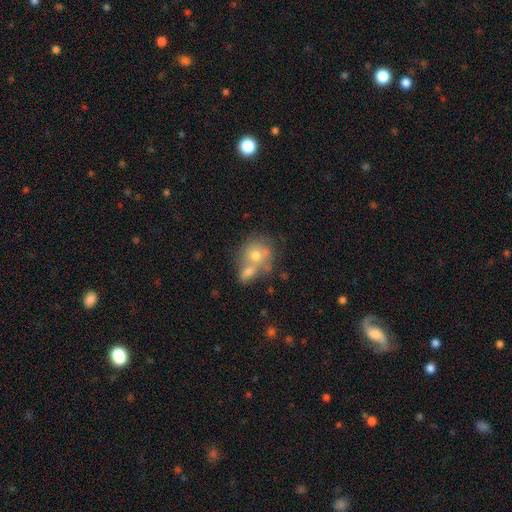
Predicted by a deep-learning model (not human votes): Overall: smooth (60%; featured or disk 29%). How rounded: round (68%; in between 30%). Merging: merger (57%; none 27%).